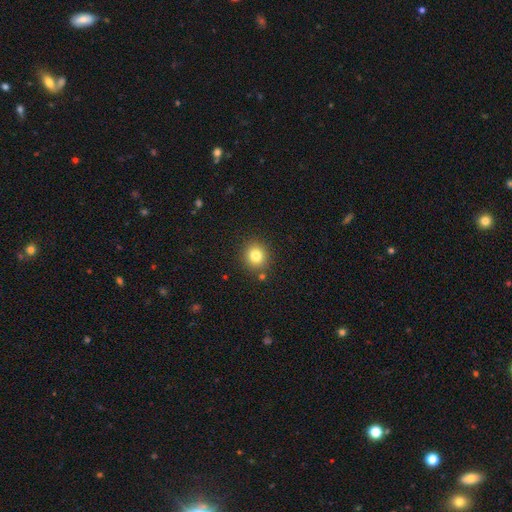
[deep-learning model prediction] A smooth galaxy with no disk features (81%) that is round (86%). Merging: none (86%).